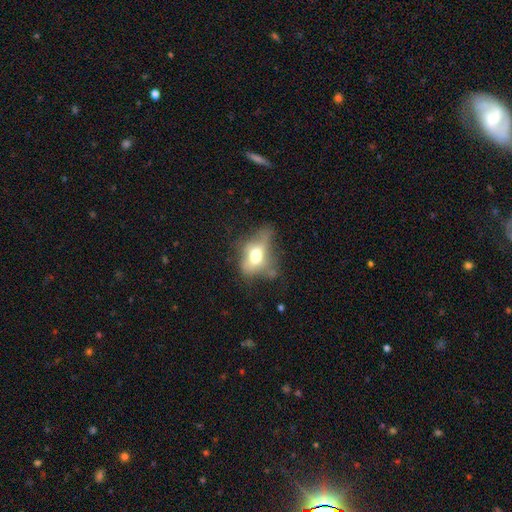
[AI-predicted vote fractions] Smooth or featured: smooth — 55% (featured or disk — 34%)
How rounded: in between — 75% (round — 19%)
Merging: major disturbance — 33% (none — 32%)